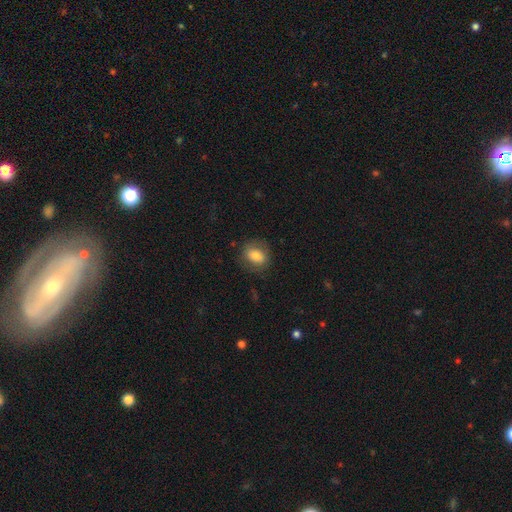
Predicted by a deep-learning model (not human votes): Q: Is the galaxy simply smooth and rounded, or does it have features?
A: smooth — 76%.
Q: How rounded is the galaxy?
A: in between — 57%.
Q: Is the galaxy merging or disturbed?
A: none — 76%.